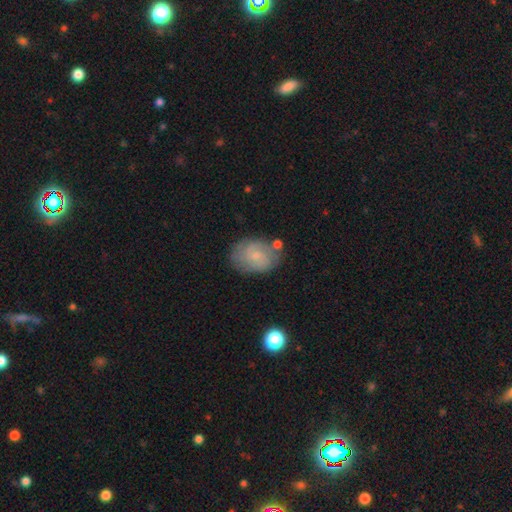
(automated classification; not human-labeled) featured or disk 49%, smooth 43%, star or artifact 8%. Down the decision tree: merging — none (70%).